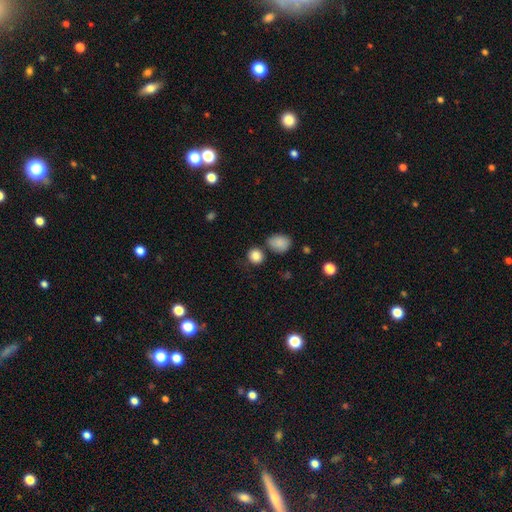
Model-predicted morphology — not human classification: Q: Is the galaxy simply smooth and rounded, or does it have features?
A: smooth — 86%.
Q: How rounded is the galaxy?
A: round — 79%.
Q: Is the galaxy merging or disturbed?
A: none — 70%.